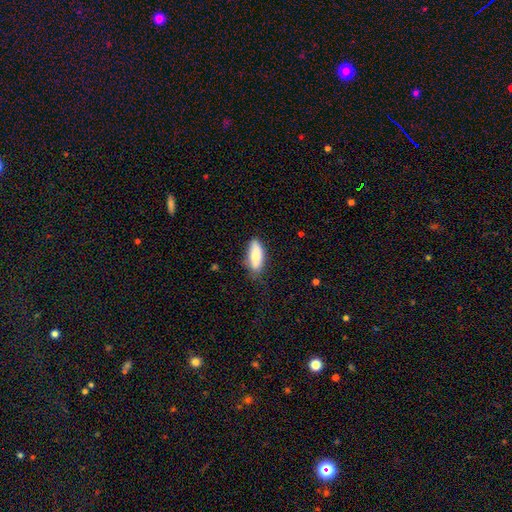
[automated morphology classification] smooth 82%, featured or disk 12%, star or artifact 6%. Down the decision tree: how rounded — in between (69%); merging — none (68%).